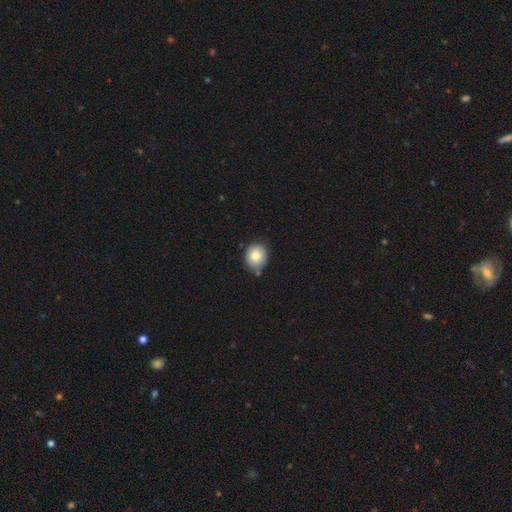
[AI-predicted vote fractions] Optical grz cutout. It shows a smooth galaxy with no disk features (82%) that is round (74%). Merging: none (77%).